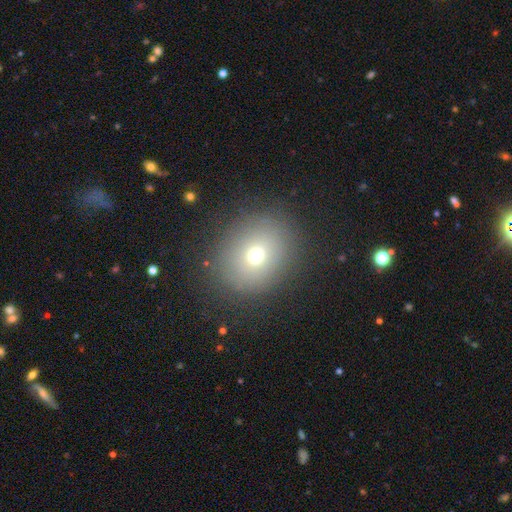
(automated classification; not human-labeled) Q: Smooth or featured?
A: smooth (69%); runner-up: star or artifact (17%)
Q: How rounded?
A: round (73%); runner-up: in between (26%)
Q: Merging?
A: none (85%); runner-up: minor disturbance (9%)